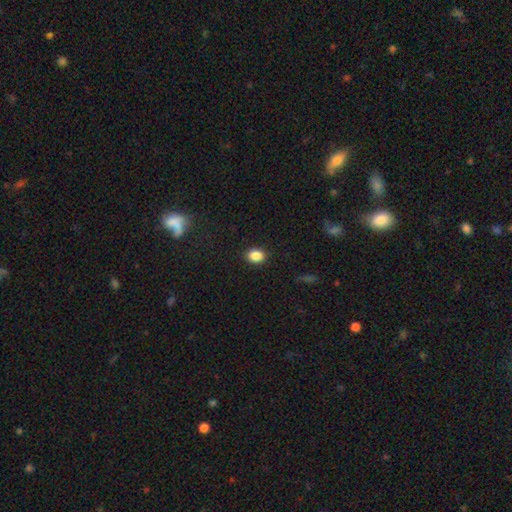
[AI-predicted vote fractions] The model was most divided on "how rounded": in between: 58%, round: 41%, cigar-shaped: 1%. More confident: merging — none (90%); smooth or featured — smooth (87%).